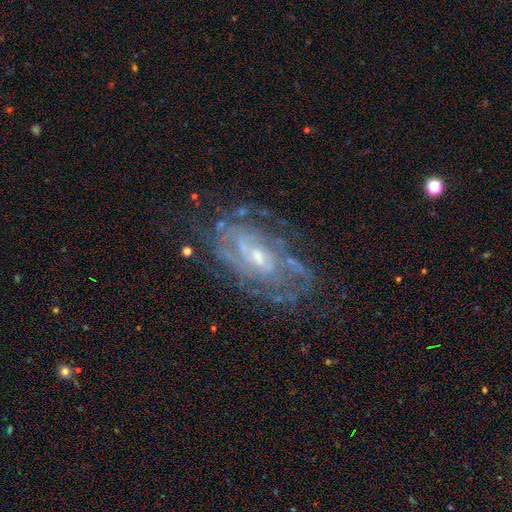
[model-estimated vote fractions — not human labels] smooth-or-featured: featured or disk: 83% | smooth: 9% | star or artifact: 8%
  disk-edge-on: no: 94% | yes: 6%
    bar: no: 48% | weak: 41% | strong: 11%
    has-spiral-arms: yes: 86% | no: 14%
      spiral-winding: tight: 61% | medium: 31% | loose: 8%
      spiral-arm-count: can't tell: 48% | 2: 21% | 3: 13% | 4: 8% | more than 4: 5% | 1: 5%
    bulge-size: small: 54% | moderate: 39% | none: 4% | large: 2% | dominant: 1%
  merging: none: 68% | minor disturbance: 19% | major disturbance: 11% | merger: 2%